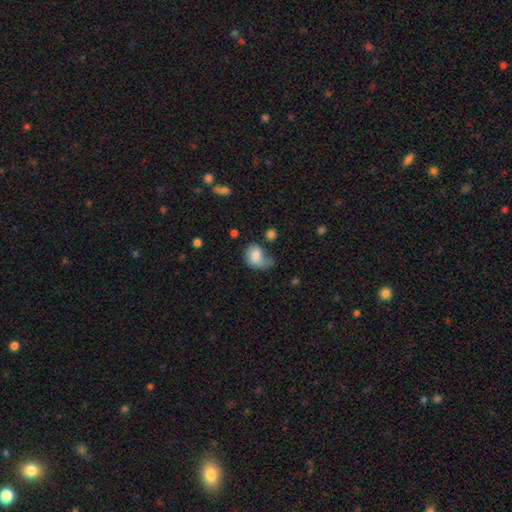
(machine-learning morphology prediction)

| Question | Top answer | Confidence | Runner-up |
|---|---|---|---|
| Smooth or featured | smooth | 71% | featured or disk (21%) |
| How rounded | in between | 58% | round (41%) |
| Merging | major disturbance | 35% | minor disturbance (32%) |